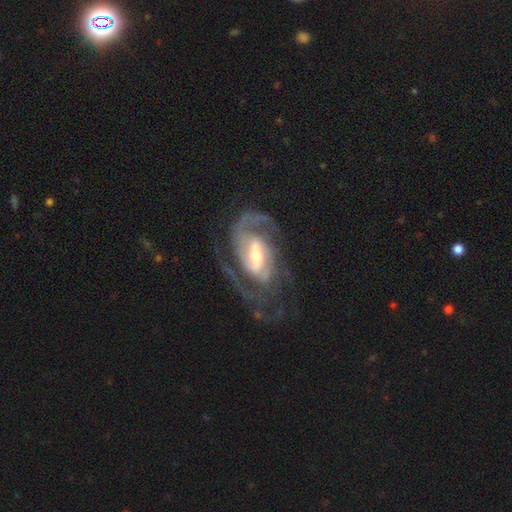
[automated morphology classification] smooth_or_featured: featured or disk (p=0.90) [alt: smooth p=0.06]
disk_edge_on: no (p=0.97) [alt: yes p=0.03]
bar: weak (p=0.46) [alt: strong p=0.37]
has_spiral_arms: yes (p=0.97) [alt: no p=0.03]
spiral_winding: medium (p=0.48) [alt: tight p=0.36]
spiral_arm_count: 2 (p=0.57) [alt: 3 p=0.15]
bulge_size: moderate (p=0.55) [alt: small p=0.31]
merging: none (p=0.59) [alt: major disturbance p=0.22]